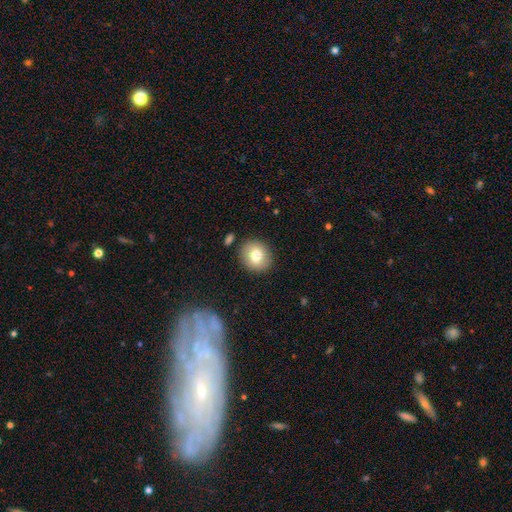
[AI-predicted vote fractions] The model was most divided on "how rounded": round: 77%, in between: 22%, cigar-shaped: 1%. More confident: merging — none (87%); smooth or featured — smooth (76%).